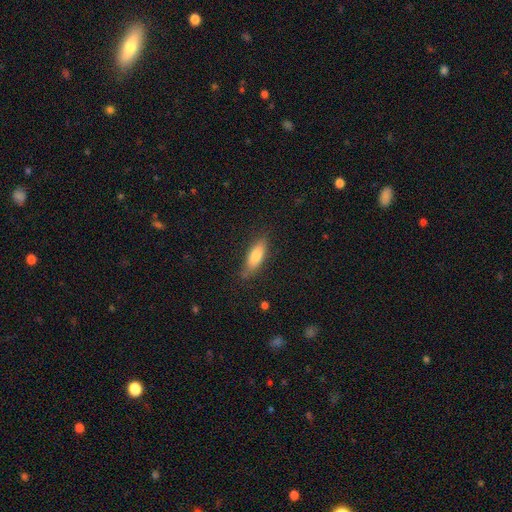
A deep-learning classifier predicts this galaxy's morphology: This is likely a smooth galaxy (74%). How rounded: possibly in between (54%). Merging: likely none (80%).